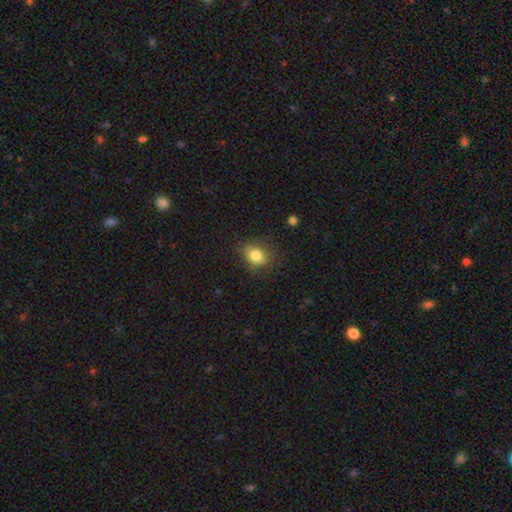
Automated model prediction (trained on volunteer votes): This is clearly a smooth galaxy (83%). How rounded: likely in between (65%). Merging: likely none (78%).